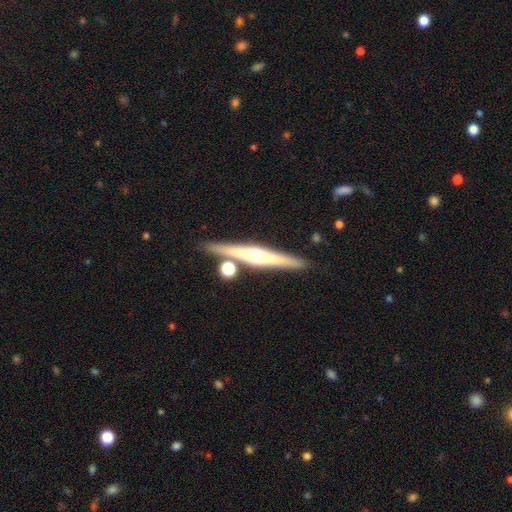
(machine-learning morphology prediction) This is likely a featured or disk galaxy (68%). It is clearly viewed edge-on (97%). Edge-on bulge: clearly rounded (88%). Merging: clearly none (82%).